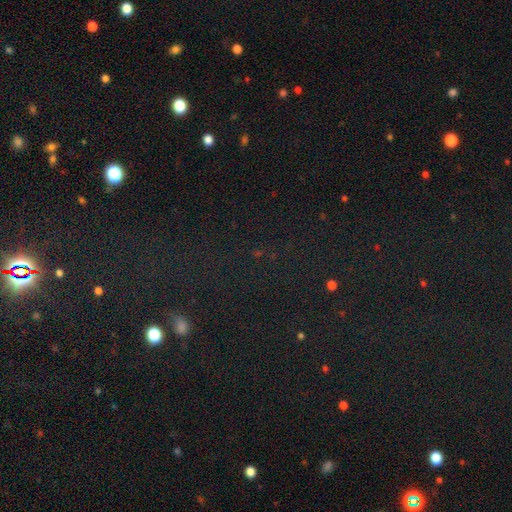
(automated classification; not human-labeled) smooth_or_featured: star or artifact (p=0.76) [alt: smooth p=0.16]